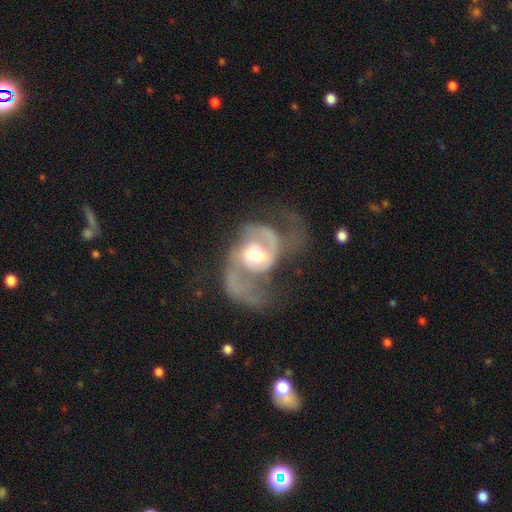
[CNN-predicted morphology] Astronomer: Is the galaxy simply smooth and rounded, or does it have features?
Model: featured or disk — 81%.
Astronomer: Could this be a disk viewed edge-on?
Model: no — 97%.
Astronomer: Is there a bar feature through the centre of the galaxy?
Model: weak — 45% (runner-up: no, 37%).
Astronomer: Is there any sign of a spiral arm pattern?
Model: yes — 89%.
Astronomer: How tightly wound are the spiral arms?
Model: loose — 43%, tied with medium at 43%.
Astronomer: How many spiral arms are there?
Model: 2 — 75%.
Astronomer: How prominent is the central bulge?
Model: moderate — 63%.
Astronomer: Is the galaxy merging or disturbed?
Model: major disturbance — 50% (runner-up: none, 29%).